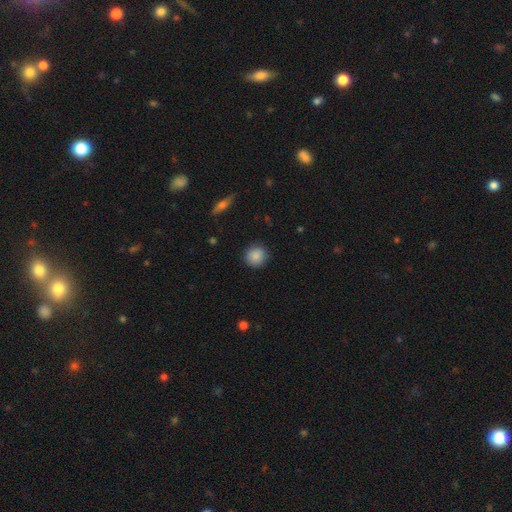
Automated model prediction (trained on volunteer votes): Smooth or featured? smooth (88%)
How rounded? round (91%)
Merging? none (88%)